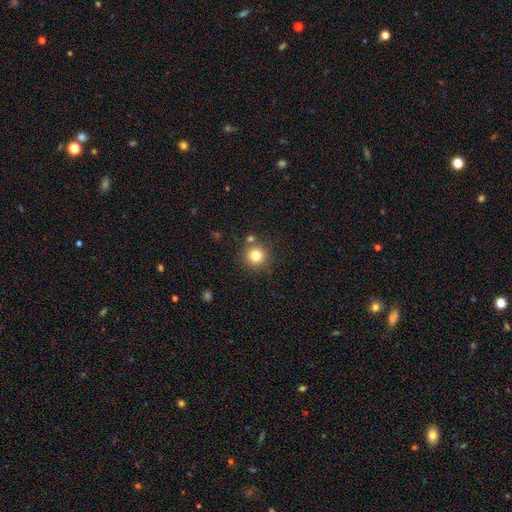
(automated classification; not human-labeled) Smooth or featured? Predicted: smooth (p=0.80). How rounded? Predicted: round (p=0.95). Merging? Predicted: none (p=0.82).